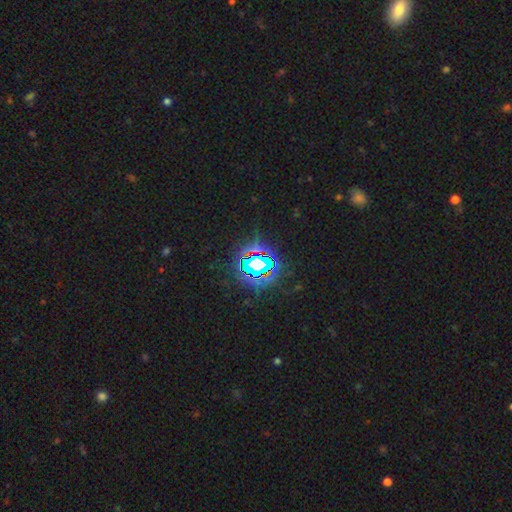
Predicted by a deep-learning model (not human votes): This is likely a star or artifact rather than a galaxy (77%).